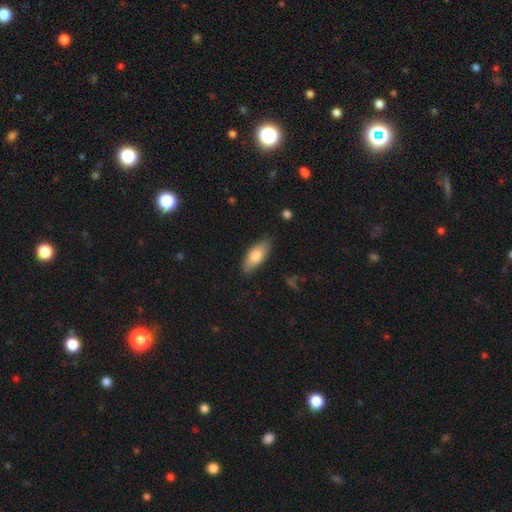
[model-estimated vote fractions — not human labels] Smooth or featured?
  - smooth: 75% *
  - featured or disk: 19%
  - star or artifact: 6%
How rounded?
  - in between: 77% *
  - cigar-shaped: 21%
  - round: 2%
Merging?
  - none: 85% *
  - minor disturbance: 11%
  - major disturbance: 2%
  - merger: 1%